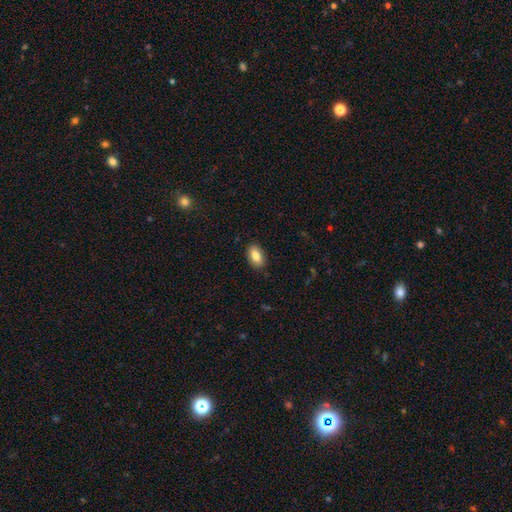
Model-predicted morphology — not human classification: Smooth or featured? smooth (83%)
How rounded? in between (92%)
Merging? none (88%)